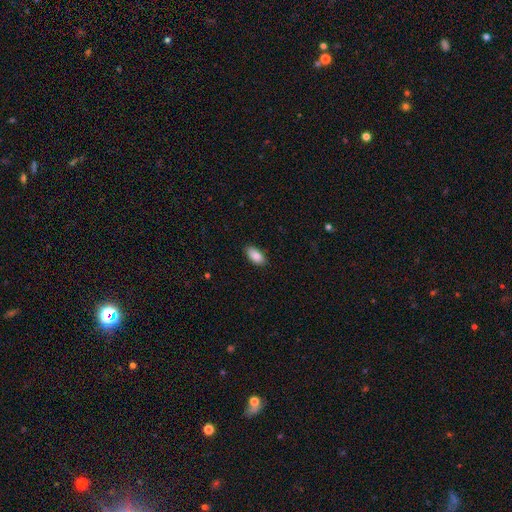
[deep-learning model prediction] A smooth galaxy with no disk features (87%) that is in between round and cigar-shaped (94%).

Vote fractions:
- Smooth or featured? smooth: 87% / star or artifact: 7% / featured or disk: 6%
- How rounded? in between: 94% / cigar-shaped: 4% / round: 3%
- Merging? none: 86% / minor disturbance: 11% / major disturbance: 2% / merger: 1%